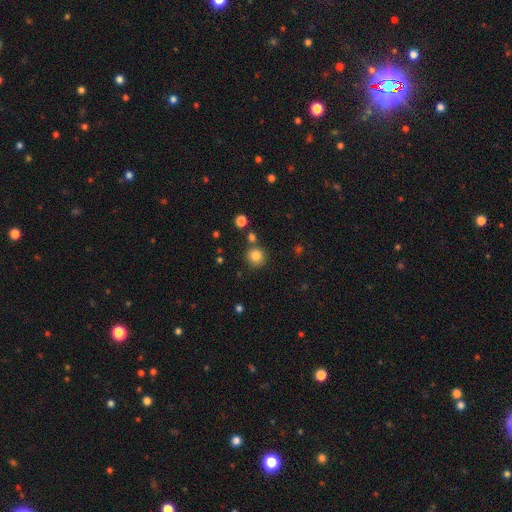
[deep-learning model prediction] Smooth or featured?
  - smooth: 82% *
  - star or artifact: 12%
  - featured or disk: 6%
How rounded?
  - round: 93% *
  - in between: 6%
  - cigar-shaped: 1%
Merging?
  - none: 79% *
  - merger: 9%
  - minor disturbance: 9%
  - major disturbance: 3%